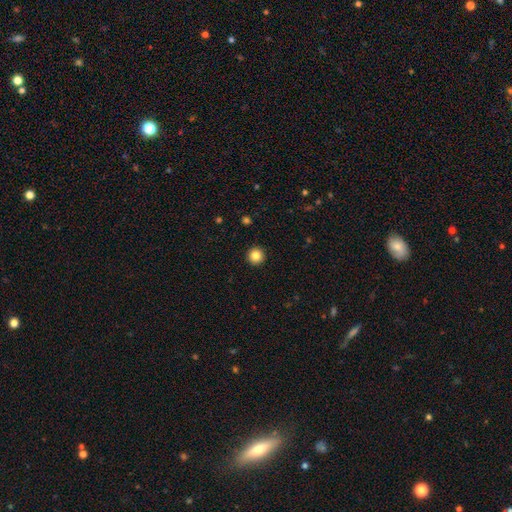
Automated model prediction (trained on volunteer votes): A smooth galaxy with no disk features (86%) that is round (96%).

Vote fractions:
- Smooth or featured? smooth: 86% / star or artifact: 10% / featured or disk: 5%
- How rounded? round: 96% / in between: 3% / cigar-shaped: 1%
- Merging? none: 94% / minor disturbance: 4% / major disturbance: 1% / merger: 1%